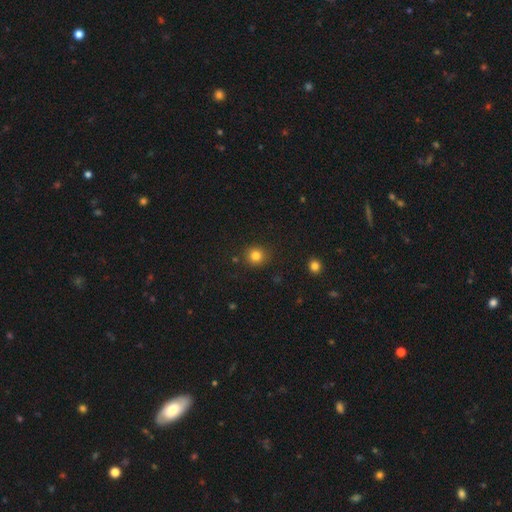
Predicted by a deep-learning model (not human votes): smooth_or_featured: smooth (p=0.82) [alt: star or artifact p=0.12]
how_rounded: round (p=0.90) [alt: in between p=0.09]
merging: none (p=0.88) [alt: minor disturbance p=0.07]